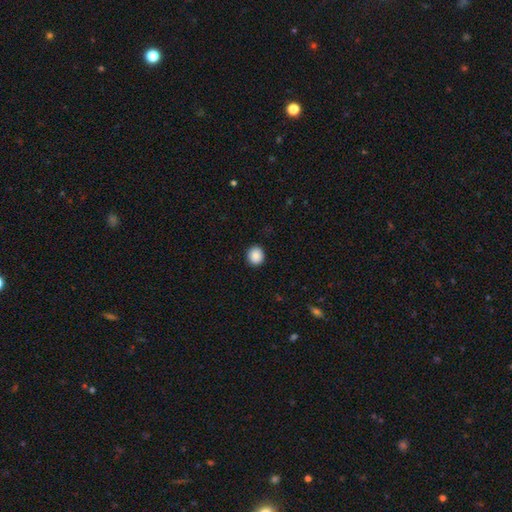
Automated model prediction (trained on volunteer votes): smooth-or-featured: smooth: 89% | star or artifact: 8% | featured or disk: 3%
  how-rounded: round: 77% | in between: 22% | cigar-shaped: 1%
  merging: none: 91% | minor disturbance: 6% | major disturbance: 2% | merger: 1%